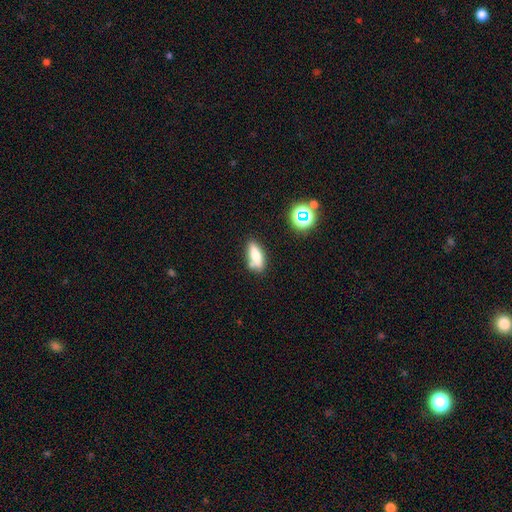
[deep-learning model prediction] Smooth or featured? smooth (73%)
How rounded? in between (55%)
Merging? none (67%)